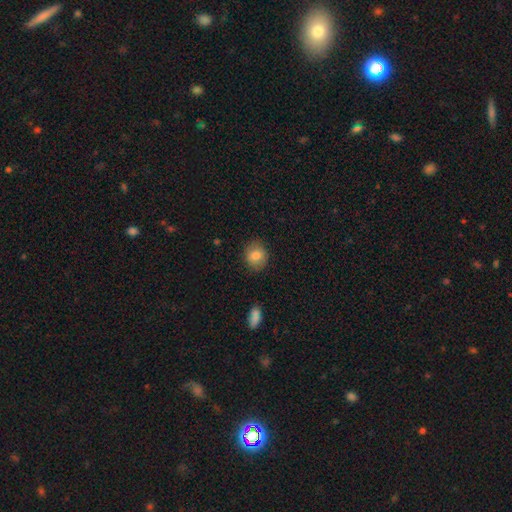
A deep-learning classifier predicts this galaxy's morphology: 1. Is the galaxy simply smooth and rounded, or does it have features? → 82% smooth, 9% featured or disk, 9% star or artifact.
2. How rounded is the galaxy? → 77% round, 22% in between, 1% cigar-shaped.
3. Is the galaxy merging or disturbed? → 86% none, 10% minor disturbance, 2% major disturbance, 1% merger.